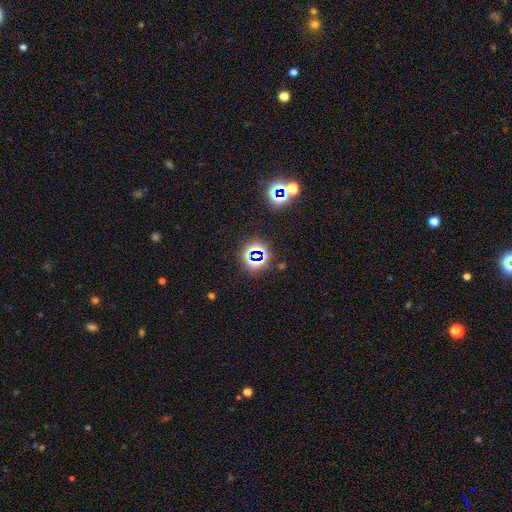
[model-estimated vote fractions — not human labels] This appears to be a star or artifact, not a galaxy (73%).